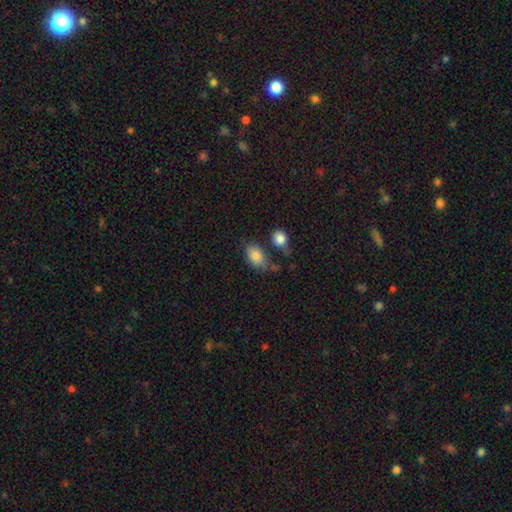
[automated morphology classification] smooth-or-featured: smooth: 82% | featured or disk: 10% | star or artifact: 8%
  how-rounded: in between: 86% | round: 12% | cigar-shaped: 2%
  merging: none: 56% | minor disturbance: 22% | merger: 14% | major disturbance: 8%